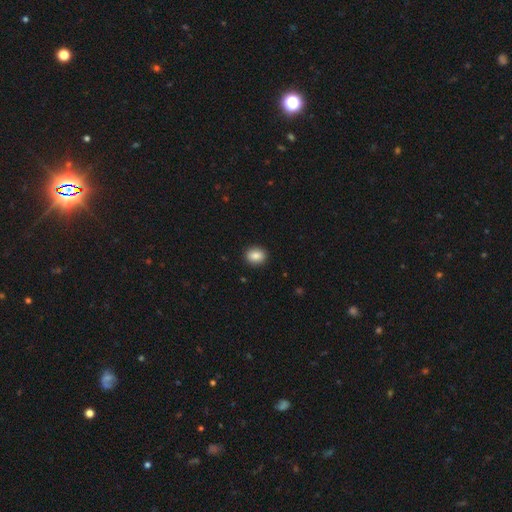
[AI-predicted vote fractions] Morphology: type=smooth (86%); roundness=round (54%); merging=none (91%).